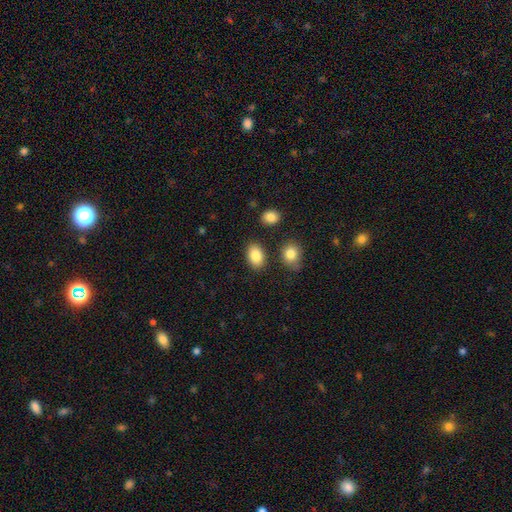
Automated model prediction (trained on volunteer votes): smooth-or-featured: smooth: 85% | star or artifact: 8% | featured or disk: 7%
  how-rounded: in between: 85% | round: 14% | cigar-shaped: 1%
  merging: none: 82% | minor disturbance: 10% | merger: 5% | major disturbance: 3%